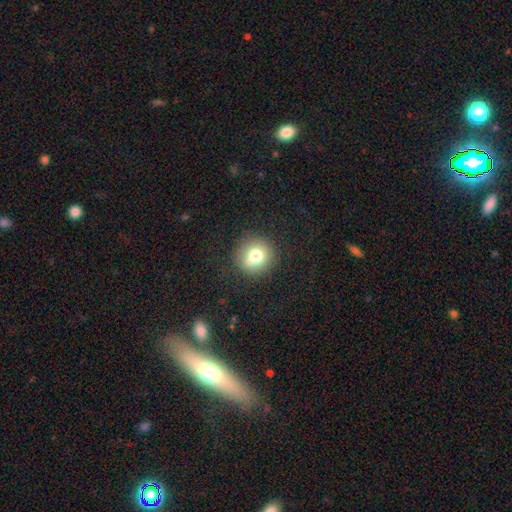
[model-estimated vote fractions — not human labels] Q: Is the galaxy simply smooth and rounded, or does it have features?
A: smooth — 72%.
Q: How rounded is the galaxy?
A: round — 92%.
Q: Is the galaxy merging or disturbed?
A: none — 73%.